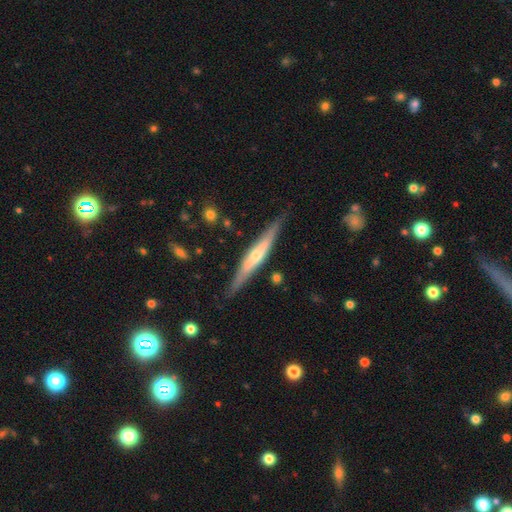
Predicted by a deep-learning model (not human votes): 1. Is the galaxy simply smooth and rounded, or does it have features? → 68% featured or disk, 27% smooth, 6% star or artifact.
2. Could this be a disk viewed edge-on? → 95% yes, 5% no.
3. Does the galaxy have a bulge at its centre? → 66% rounded, 26% none, 8% boxy.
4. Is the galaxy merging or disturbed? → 85% none, 11% minor disturbance, 2% major disturbance, 2% merger.